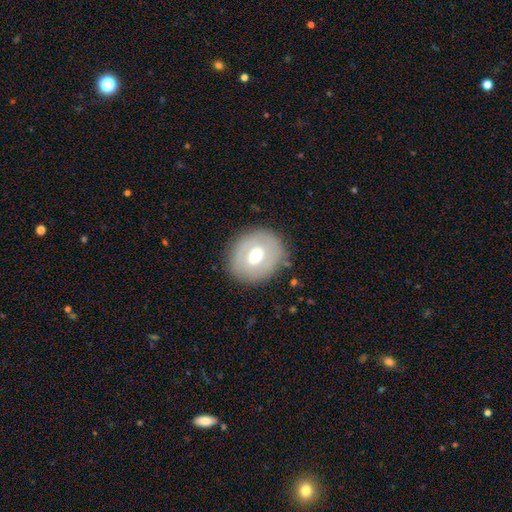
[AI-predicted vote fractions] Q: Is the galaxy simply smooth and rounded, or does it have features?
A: featured or disk — 49%.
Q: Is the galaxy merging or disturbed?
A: none — 83%.